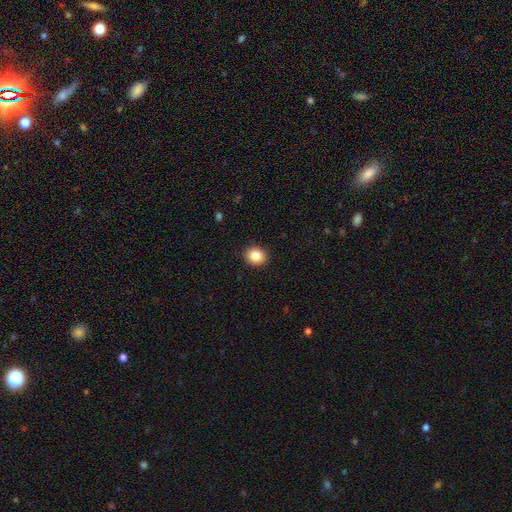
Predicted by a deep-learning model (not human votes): This is clearly a smooth galaxy (86%). How rounded: likely round (72%). Merging: clearly none (91%).